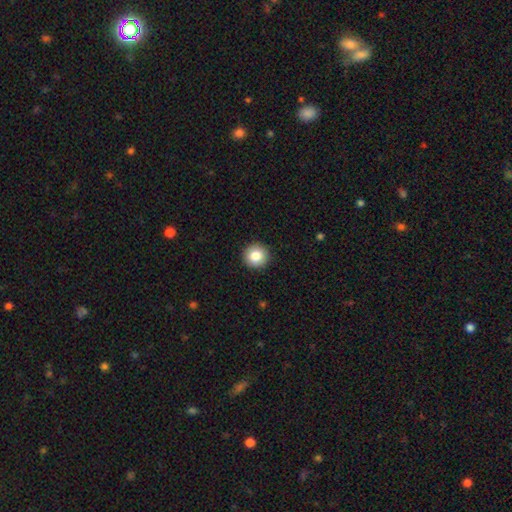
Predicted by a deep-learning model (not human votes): Q: Smooth or featured?
A: smooth (84%); runner-up: star or artifact (9%)
Q: How rounded?
A: round (95%); runner-up: in between (4%)
Q: Merging?
A: none (93%); runner-up: minor disturbance (5%)